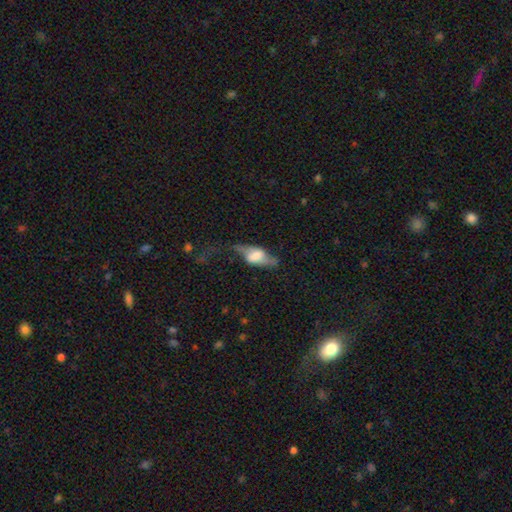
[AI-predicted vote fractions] This is possibly a featured or disk galaxy (52%). It is likely not viewed edge-on (62%). Merging: marginally major disturbance (37%).